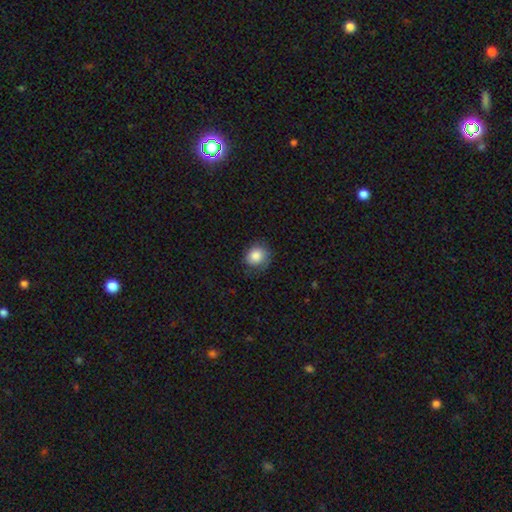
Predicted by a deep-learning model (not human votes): Smooth or featured? Predicted: smooth (p=0.85). How rounded? Predicted: round (p=0.71). Merging? Predicted: none (p=0.72).